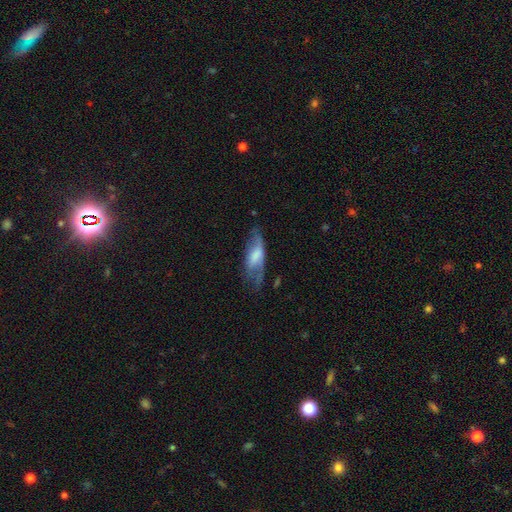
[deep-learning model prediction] Morphology: type=smooth (52%); roundness=in between (71%); merging=none (39%).